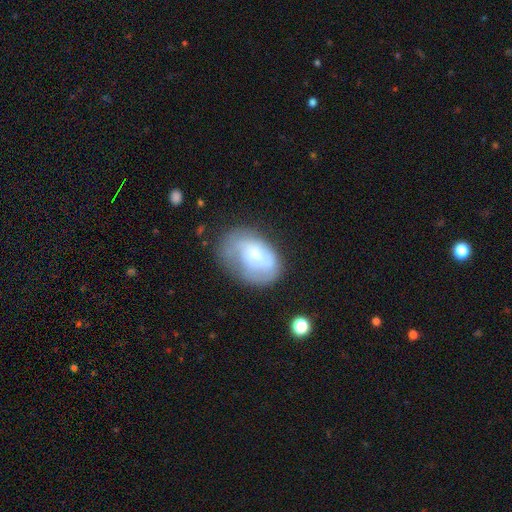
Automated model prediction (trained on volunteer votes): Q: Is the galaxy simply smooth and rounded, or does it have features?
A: smooth — 51%.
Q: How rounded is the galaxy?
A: in between — 79%.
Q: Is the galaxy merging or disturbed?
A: none — 45%.